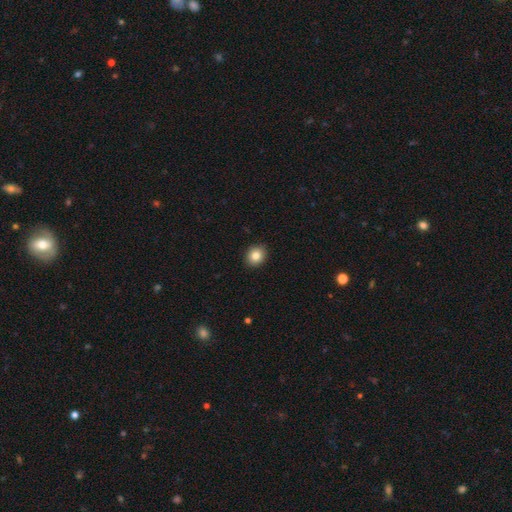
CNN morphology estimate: Smooth or featured?
  - smooth: 83% *
  - star or artifact: 10%
  - featured or disk: 7%
How rounded?
  - round: 68% *
  - in between: 31%
  - cigar-shaped: 1%
Merging?
  - none: 91% *
  - minor disturbance: 6%
  - major disturbance: 2%
  - merger: 1%